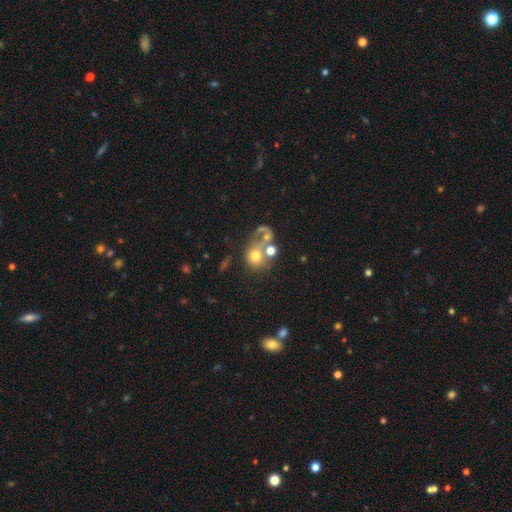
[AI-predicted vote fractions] smooth-or-featured: smooth: 55% | featured or disk: 31% | star or artifact: 14%
  how-rounded: round: 68% | in between: 31% | cigar-shaped: 1%
  merging: merger: 48% | none: 21% | major disturbance: 21% | minor disturbance: 9%